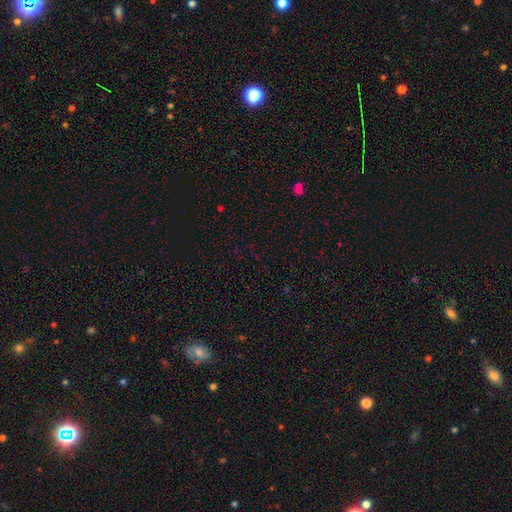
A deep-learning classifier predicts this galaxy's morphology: This is likely a star or artifact rather than a galaxy (70%).